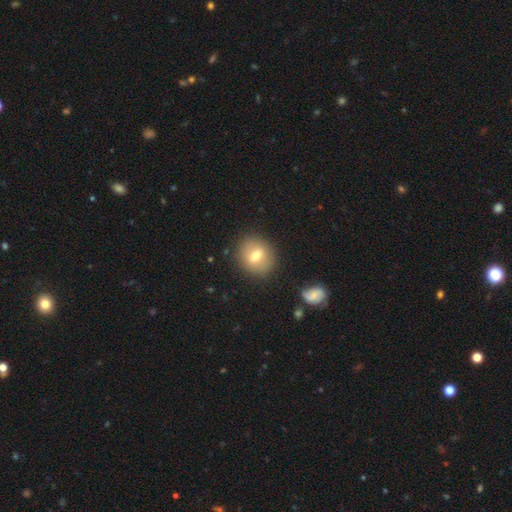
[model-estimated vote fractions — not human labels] Smooth or featured? Predicted: smooth (p=0.68). How rounded? Predicted: round (p=0.75). Merging? Predicted: none (p=0.86).